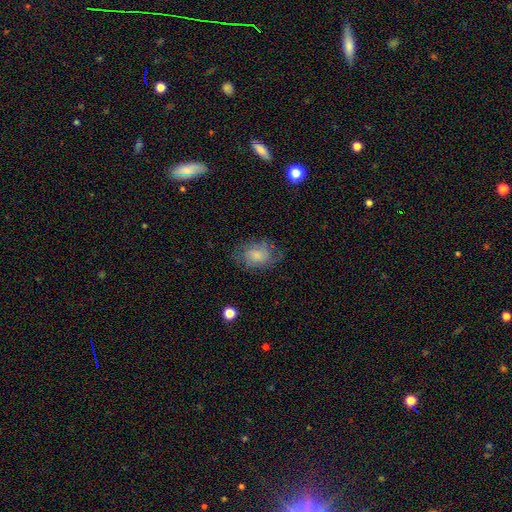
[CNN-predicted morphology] A smooth galaxy with no disk features (52%) that is in between round and cigar-shaped (70%).

Vote fractions:
- Smooth or featured? smooth: 52% / featured or disk: 37% / star or artifact: 11%
- How rounded? in between: 70% / round: 29% / cigar-shaped: 2%
- Merging? none: 69% / minor disturbance: 20% / major disturbance: 9% / merger: 1%